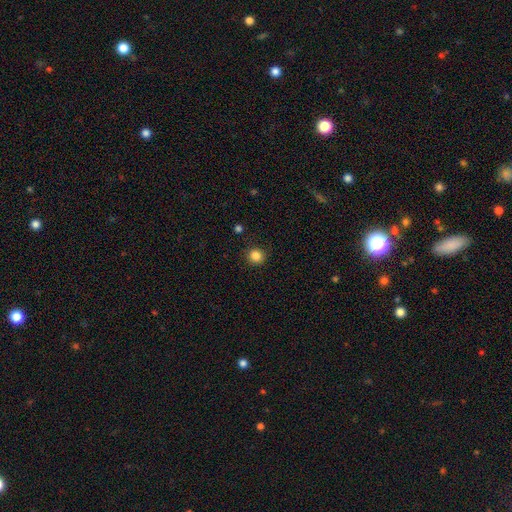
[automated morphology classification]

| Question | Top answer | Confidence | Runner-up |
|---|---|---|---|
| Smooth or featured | smooth | 85% | star or artifact (11%) |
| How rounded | round | 92% | in between (7%) |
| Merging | none | 90% | minor disturbance (6%) |